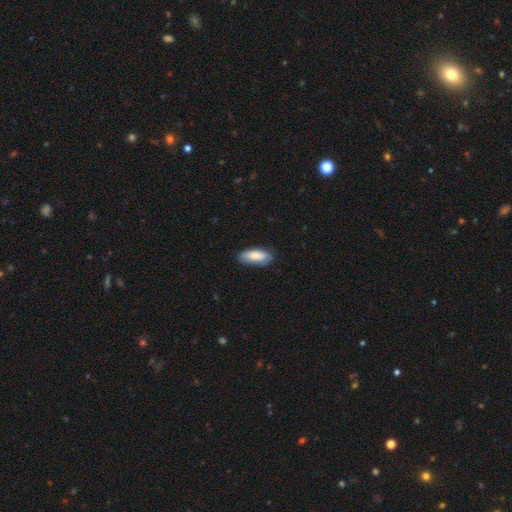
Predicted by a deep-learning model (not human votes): Smooth or featured?
  - smooth: 83% *
  - featured or disk: 11%
  - star or artifact: 6%
How rounded?
  - in between: 74% *
  - cigar-shaped: 24%
  - round: 2%
Merging?
  - none: 74% *
  - minor disturbance: 21%
  - major disturbance: 4%
  - merger: 1%